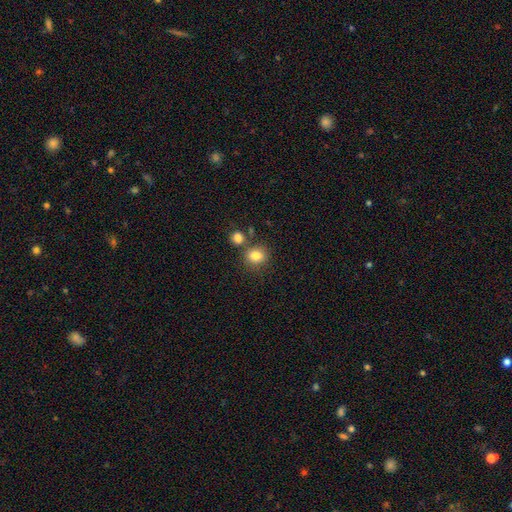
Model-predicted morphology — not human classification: Smooth or featured? Predicted: smooth (p=0.82). How rounded? Predicted: round (p=0.73). Merging? Predicted: none (p=0.70).